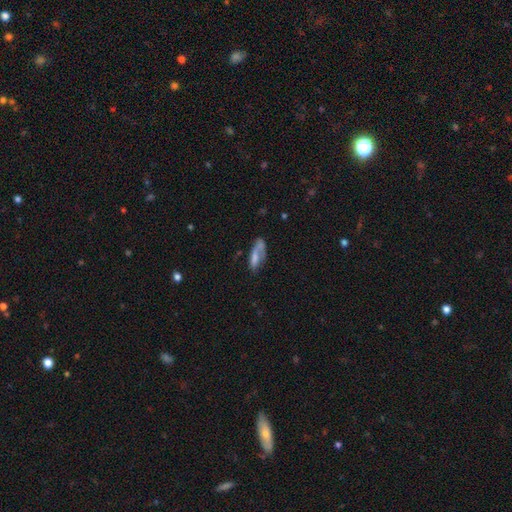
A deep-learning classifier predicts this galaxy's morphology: A smooth galaxy with no disk features (57%) that is in between round and cigar-shaped (64%). Merging: none (38%).